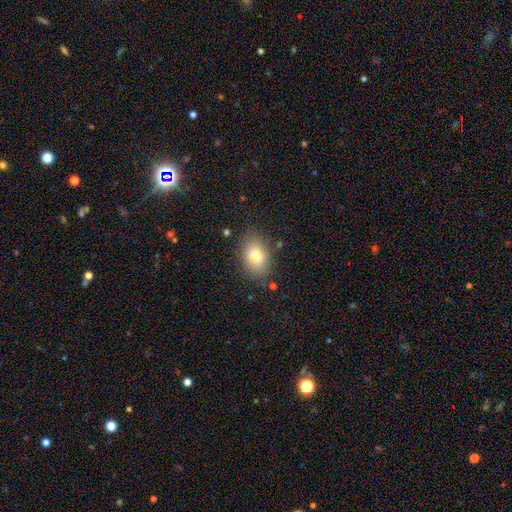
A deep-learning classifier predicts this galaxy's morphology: Overall: smooth (77%). How rounded: in between (78%). Merging: none (81%).